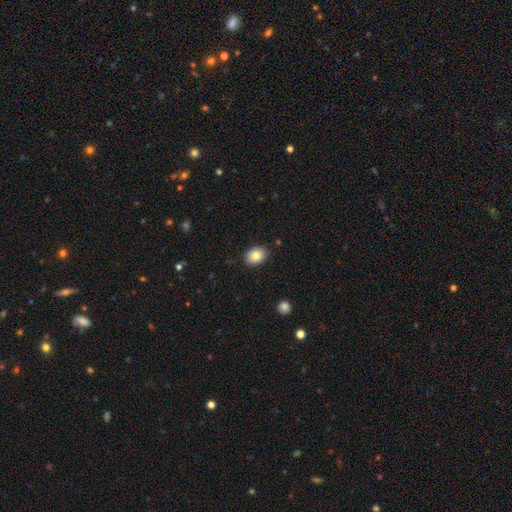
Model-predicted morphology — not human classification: Smooth or featured?
  - smooth: 83% *
  - featured or disk: 9%
  - star or artifact: 8%
How rounded?
  - in between: 75% *
  - round: 24%
  - cigar-shaped: 1%
Merging?
  - none: 87% *
  - minor disturbance: 10%
  - major disturbance: 2%
  - merger: 1%